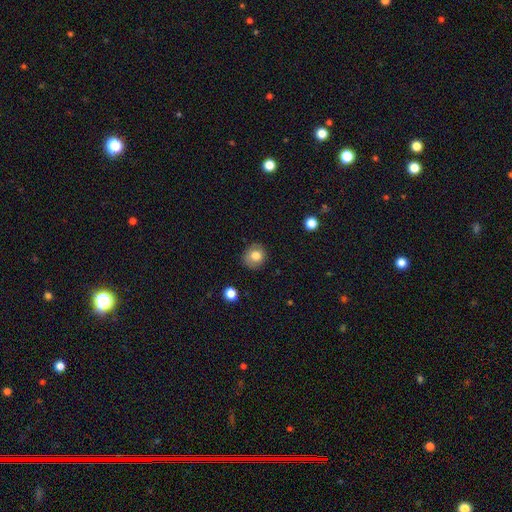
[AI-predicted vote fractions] smooth-or-featured: smooth: 79% | featured or disk: 11% | star or artifact: 10%
  how-rounded: round: 79% | in between: 20% | cigar-shaped: 1%
  merging: none: 82% | minor disturbance: 13% | major disturbance: 3% | merger: 1%